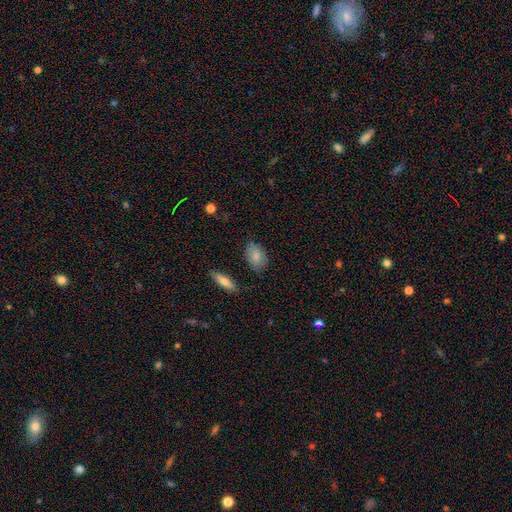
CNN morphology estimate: A smooth galaxy with no disk features (82%) that is in between round and cigar-shaped (85%). Merging: none (76%).